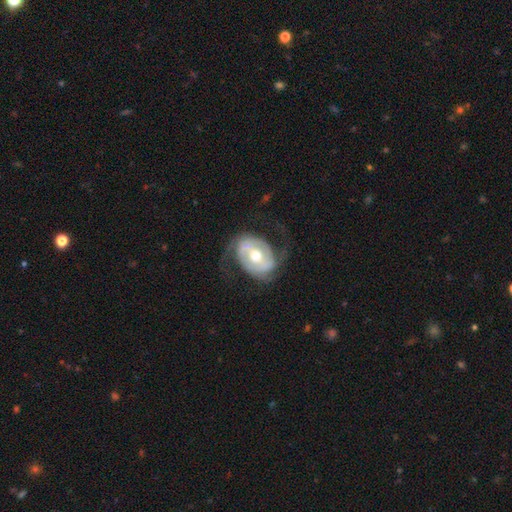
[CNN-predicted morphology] Smooth or featured: featured or disk — 81% (smooth — 15%)
Edge-on disk: no — 96% (yes — 4%)
Bar: weak — 38% (strong — 34%)
Spiral arms: yes — 83% (no — 17%)
Spiral winding: medium — 41% (loose — 35%)
Spiral arm count: 2 — 84% (can't tell — 8%)
Bulge size: moderate — 75% (small — 14%)
Merging: none — 66% (major disturbance — 17%)